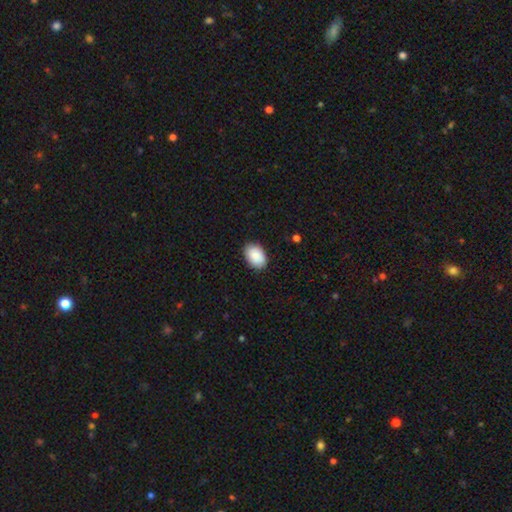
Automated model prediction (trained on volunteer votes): Q: Smooth or featured?
A: smooth (89%); runner-up: star or artifact (6%)
Q: How rounded?
A: in between (87%); runner-up: round (12%)
Q: Merging?
A: none (86%); runner-up: minor disturbance (11%)